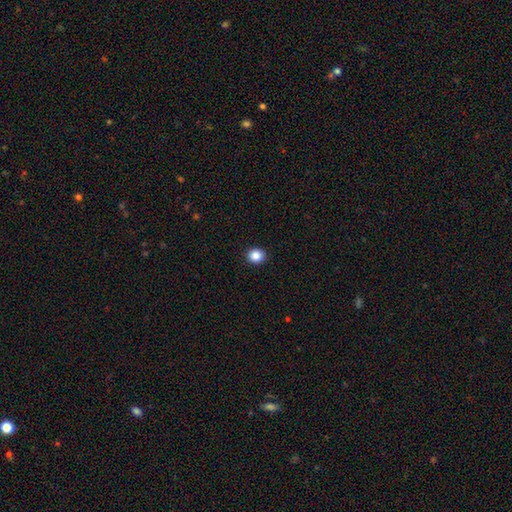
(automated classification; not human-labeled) This appears to be a smooth galaxy with no disk features (86%) that is round (80%). Merging: none (93%).